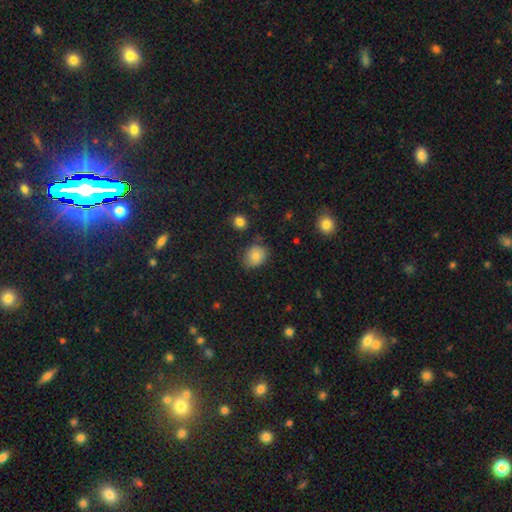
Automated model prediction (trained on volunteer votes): smooth_or_featured: smooth (p=0.82) [alt: star or artifact p=0.10]
how_rounded: round (p=0.53) [alt: in between p=0.46]
merging: none (p=0.72) [alt: minor disturbance p=0.20]